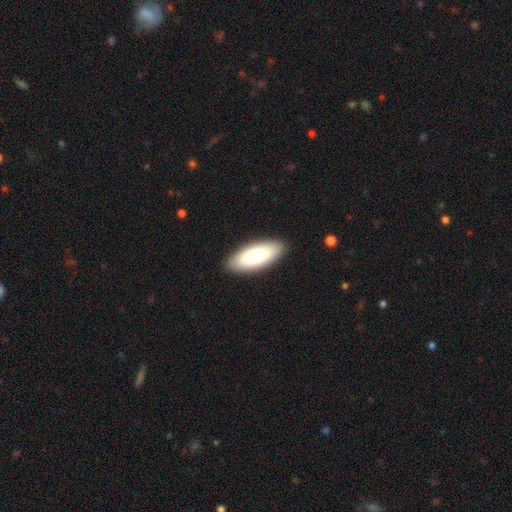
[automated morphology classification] The model was most divided on "how rounded": in between: 77%, cigar-shaped: 21%, round: 2%. More confident: merging — none (90%); smooth or featured — smooth (78%).